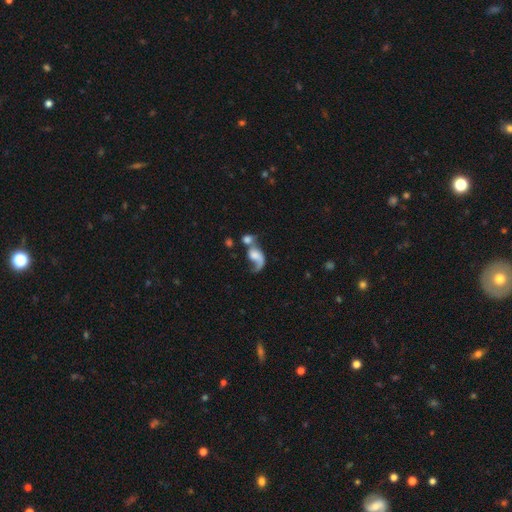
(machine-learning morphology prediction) The model was most divided on "bulge size": moderate: 27%, none: 25%, small: 24%, large: 18%, dominant: 6%. More confident: edge-on disk — no (96%); spiral arms — yes (77%); bar — no (73%); smooth or featured — featured or disk (52%); merging — merger (51%).